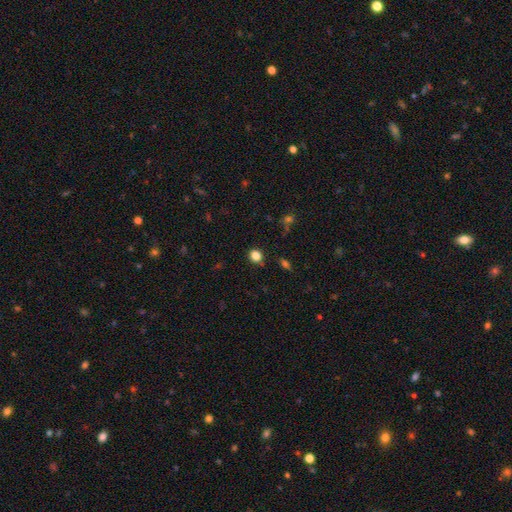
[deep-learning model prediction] Smooth or featured? smooth (83%)
How rounded? round (79%)
Merging? none (87%)